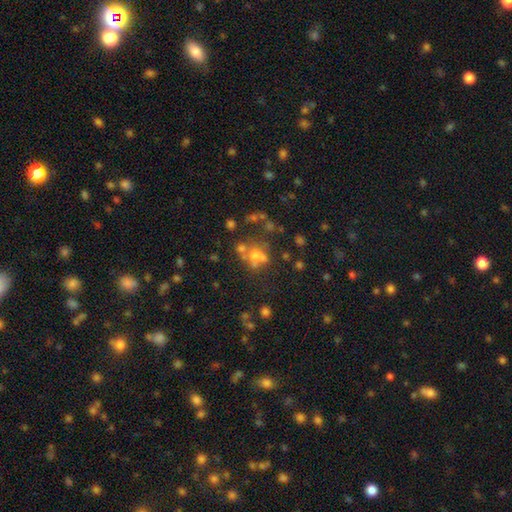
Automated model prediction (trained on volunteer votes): Smooth or featured?
  - smooth: 46% *
  - featured or disk: 29%
  - star or artifact: 25%
Merging?
  - none: 39% *
  - merger: 34%
  - major disturbance: 14%
  - minor disturbance: 13%